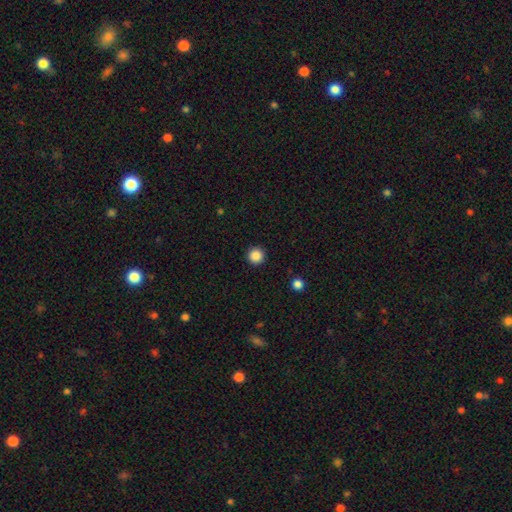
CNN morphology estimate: smooth 86%, star or artifact 11%, featured or disk 3%. Down the decision tree: how rounded — round (96%); merging — none (93%).